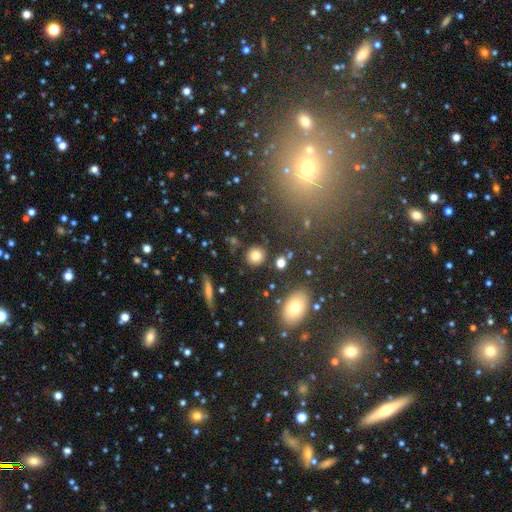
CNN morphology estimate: smooth_or_featured: smooth (p=0.80) [alt: star or artifact p=0.12]
how_rounded: round (p=0.87) [alt: in between p=0.12]
merging: none (p=0.86) [alt: minor disturbance p=0.08]